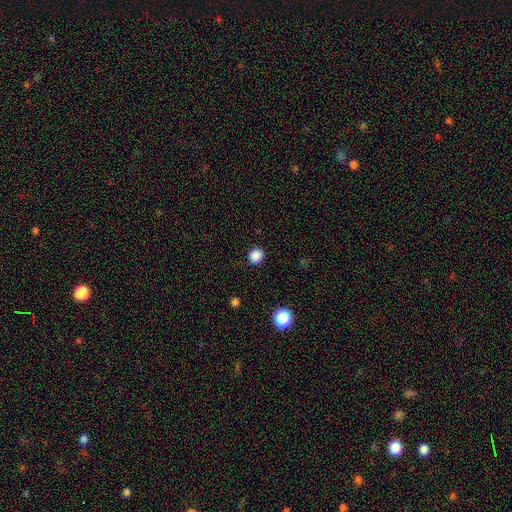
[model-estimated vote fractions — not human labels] Smooth or featured? smooth (87%)
How rounded? round (83%)
Merging? none (90%)